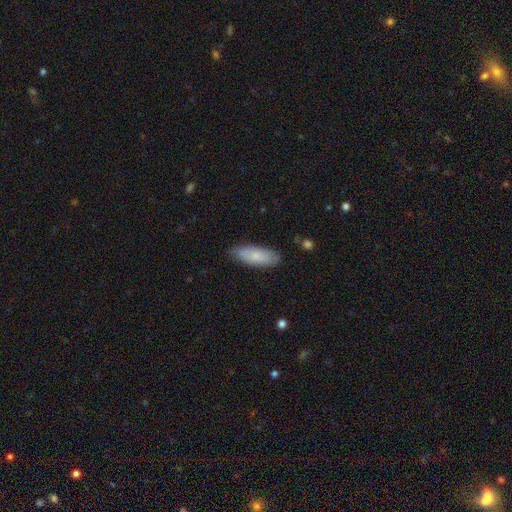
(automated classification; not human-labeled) smooth_or_featured: smooth (p=0.79) [alt: featured or disk p=0.15]
how_rounded: in between (p=0.72) [alt: cigar-shaped p=0.26]
merging: none (p=0.82) [alt: minor disturbance p=0.14]